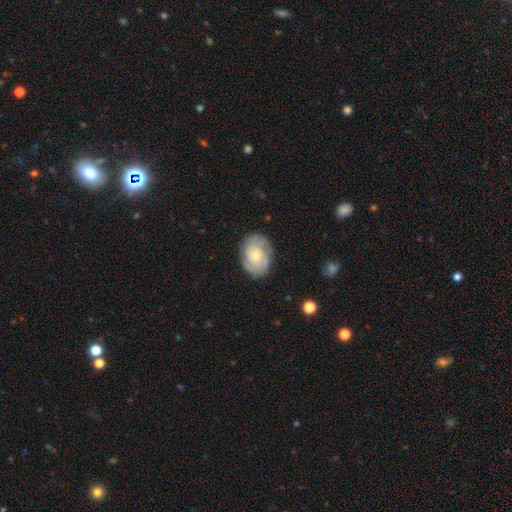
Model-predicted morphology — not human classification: smooth_or_featured: featured or disk (p=0.63) [alt: smooth p=0.30]
disk_edge_on: no (p=0.97) [alt: yes p=0.03]
bar: no (p=0.81) [alt: weak p=0.17]
has_spiral_arms: yes (p=0.86) [alt: no p=0.14]
spiral_winding: tight (p=0.59) [alt: medium p=0.31]
spiral_arm_count: can't tell (p=0.40) [alt: 2 p=0.26]
bulge_size: small (p=0.56) [alt: moderate p=0.38]
merging: none (p=0.76) [alt: minor disturbance p=0.17]